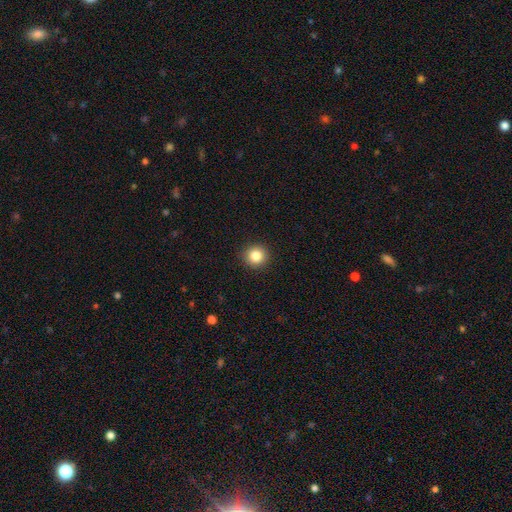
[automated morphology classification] The model was most divided on "smooth or featured": smooth: 85%, star or artifact: 10%, featured or disk: 5%. More confident: how rounded — round (92%); merging — none (92%).